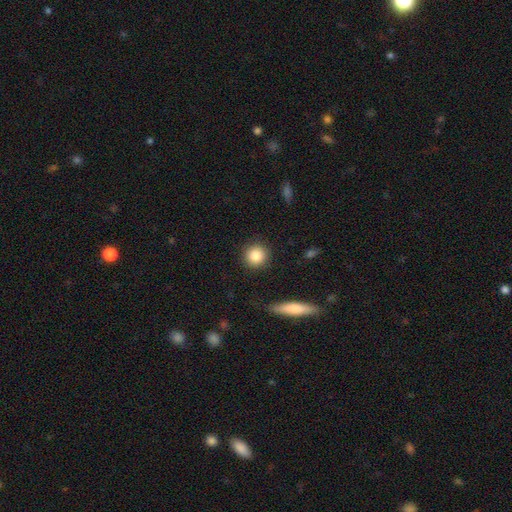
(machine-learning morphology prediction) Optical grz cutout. It shows a smooth galaxy with no disk features (85%) that is round (91%). Merging: none (89%).